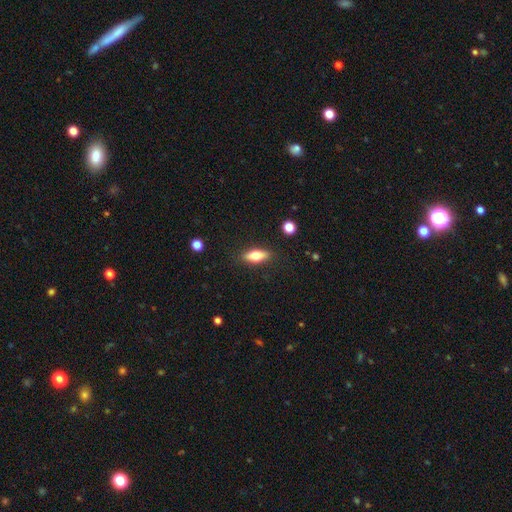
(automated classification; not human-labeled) A smooth galaxy with no disk features (66%) that is in between round and cigar-shaped (66%).

Vote fractions:
- Smooth or featured? smooth: 66% / featured or disk: 27% / star or artifact: 7%
- How rounded? in between: 66% / cigar-shaped: 30% / round: 4%
- Merging? none: 87% / minor disturbance: 9% / major disturbance: 2% / merger: 1%